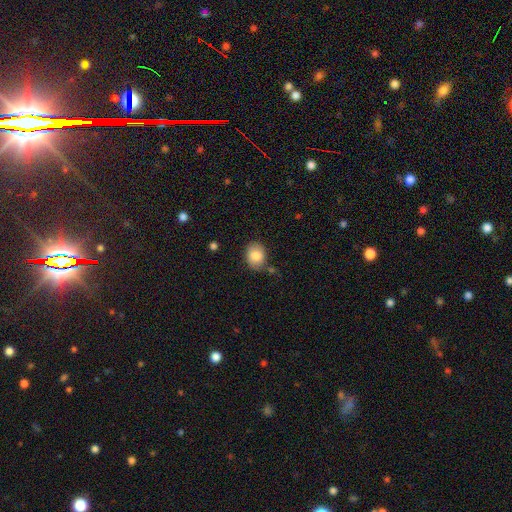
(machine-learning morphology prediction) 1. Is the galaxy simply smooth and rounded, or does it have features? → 83% smooth, 9% featured or disk, 8% star or artifact.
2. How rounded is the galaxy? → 55% in between, 44% round, 1% cigar-shaped.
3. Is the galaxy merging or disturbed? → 76% none, 16% minor disturbance, 5% merger, 4% major disturbance.